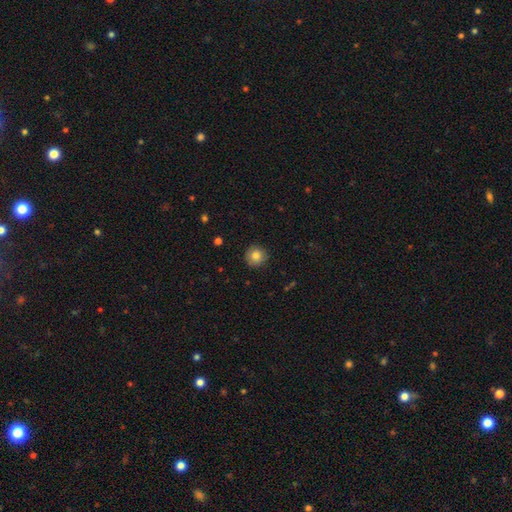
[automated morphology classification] type=smooth (83%); roundness=round (95%); merging=none (89%).